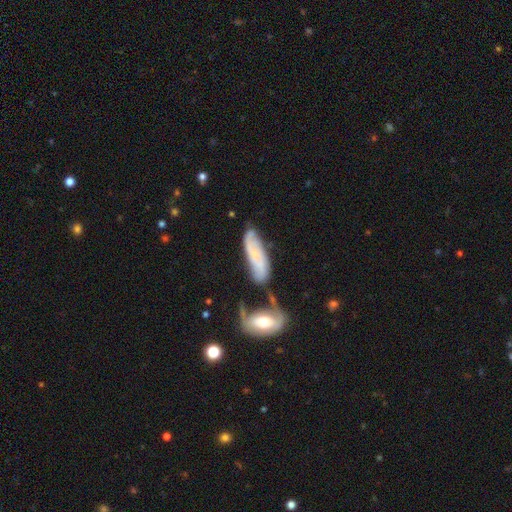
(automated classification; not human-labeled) smooth_or_featured: featured or disk (p=0.59) [alt: smooth p=0.34]
disk_edge_on: no (p=0.84) [alt: yes p=0.16]
merging: none (p=0.52) [alt: minor disturbance p=0.22]